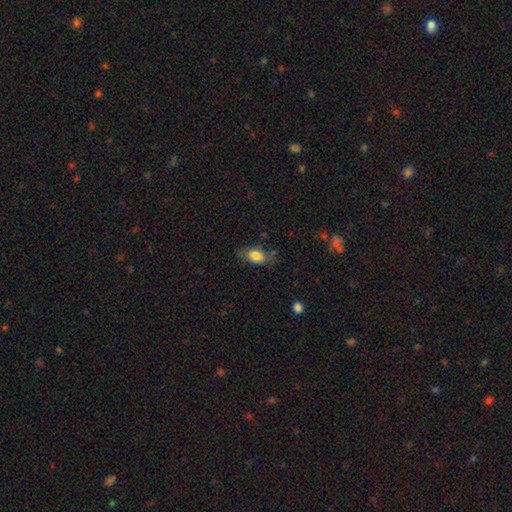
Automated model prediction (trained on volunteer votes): Smooth or featured: smooth — 79% (featured or disk — 14%)
How rounded: in between — 87% (round — 9%)
Merging: none — 67% (minor disturbance — 23%)